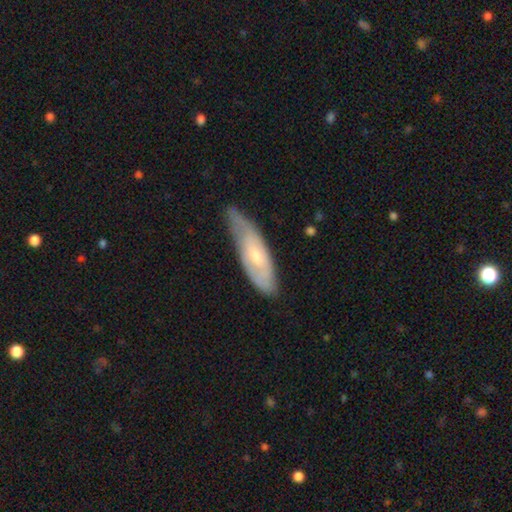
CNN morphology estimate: smooth_or_featured: featured or disk (p=0.50) [alt: smooth p=0.44]
merging: none (p=0.49) [alt: minor disturbance p=0.37]